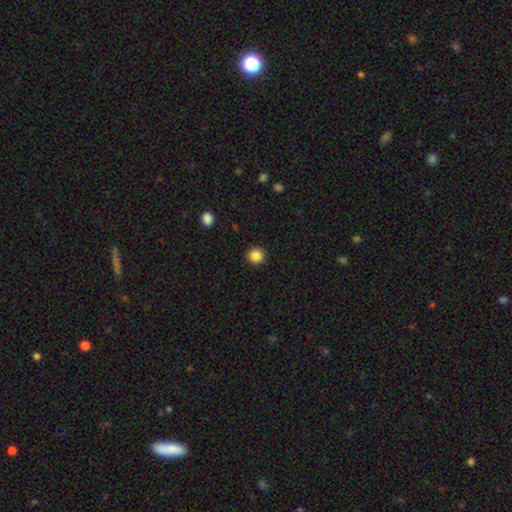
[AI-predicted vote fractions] Overall: smooth (86%). How rounded: round (94%). Merging: none (93%).